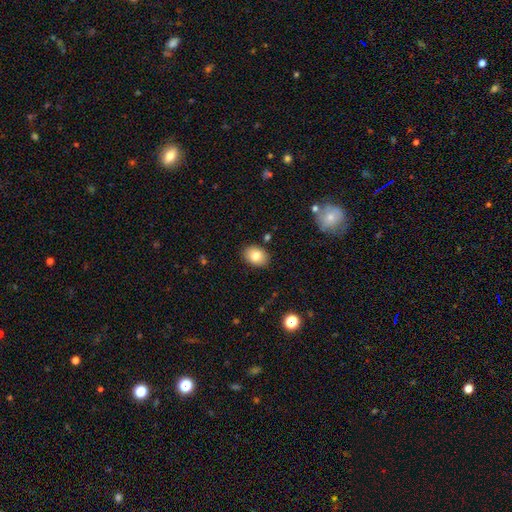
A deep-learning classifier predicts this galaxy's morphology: Overall: smooth (82%). How rounded: in between (77%). Merging: none (87%).